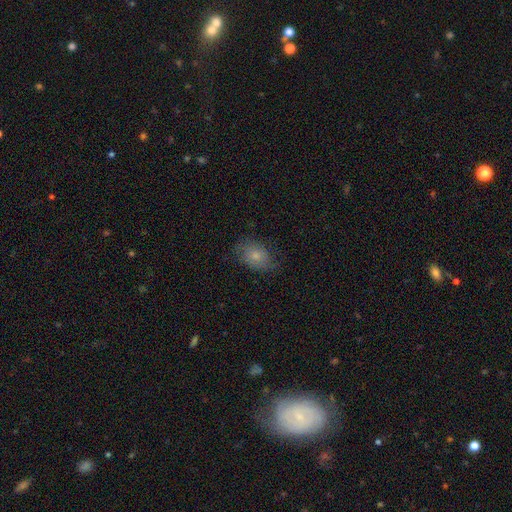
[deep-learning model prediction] Smooth or featured: smooth — 70% (featured or disk — 22%)
How rounded: in between — 77% (round — 21%)
Merging: none — 69% (minor disturbance — 22%)